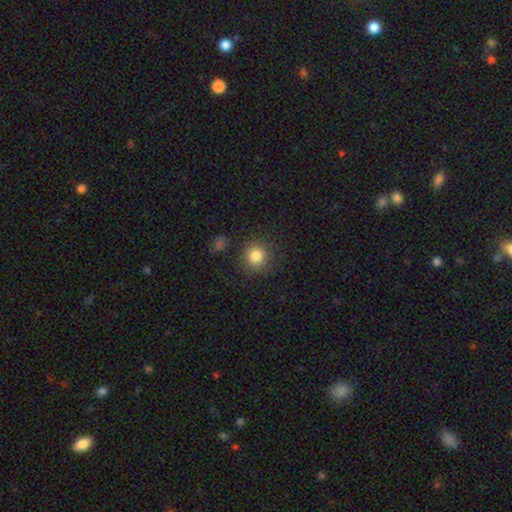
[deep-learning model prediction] A smooth galaxy with no disk features (83%) that is round (89%). Merging: none (85%).